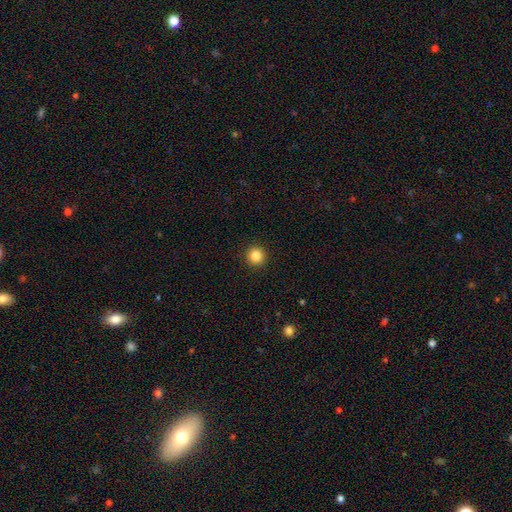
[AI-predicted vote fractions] Q: Smooth or featured?
A: smooth (85%); runner-up: star or artifact (11%)
Q: How rounded?
A: round (94%); runner-up: in between (5%)
Q: Merging?
A: none (93%); runner-up: minor disturbance (4%)